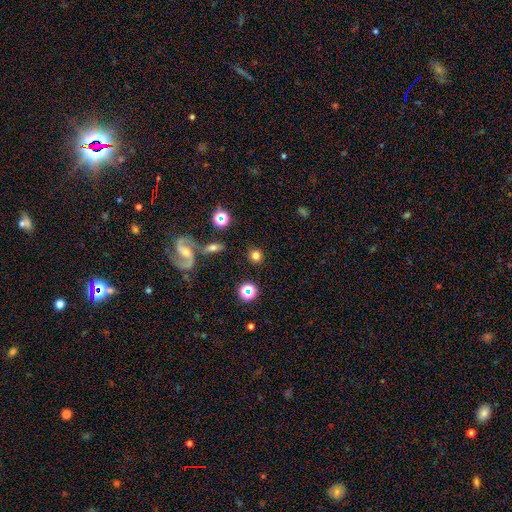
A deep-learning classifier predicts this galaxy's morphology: Smooth or featured? Predicted: smooth (p=0.73). How rounded? Predicted: round (p=0.89). Merging? Predicted: none (p=0.85).